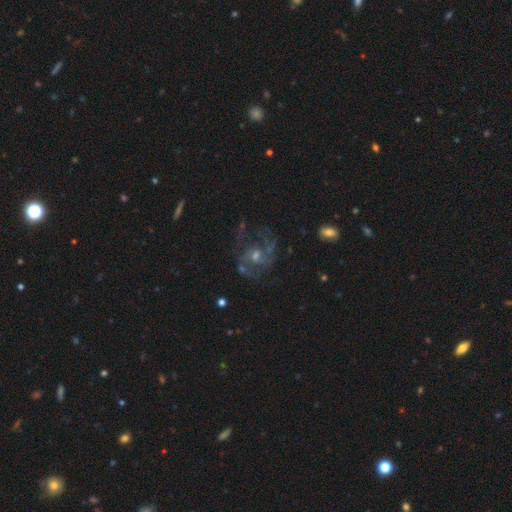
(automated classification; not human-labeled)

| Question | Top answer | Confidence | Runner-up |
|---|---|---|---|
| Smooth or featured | featured or disk | 76% | star or artifact (13%) |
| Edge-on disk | no | 97% | yes (3%) |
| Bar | no | 61% | weak (32%) |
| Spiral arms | yes | 83% | no (17%) |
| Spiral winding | medium | 52% | loose (25%) |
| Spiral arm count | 2 | 49% | can't tell (24%) |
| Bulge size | moderate | 50% | small (40%) |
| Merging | none | 61% | major disturbance (19%) |